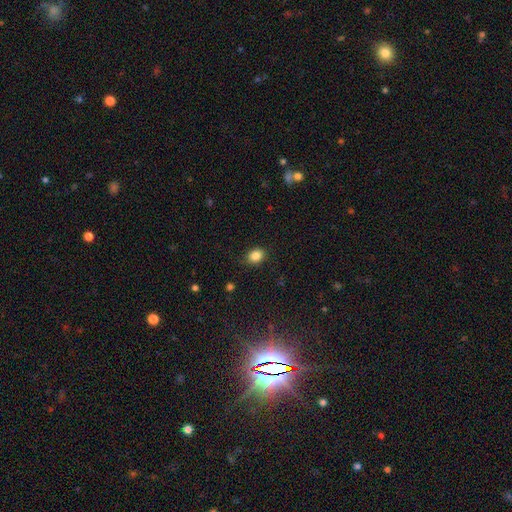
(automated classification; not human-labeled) Smooth or featured?
  - smooth: 85% *
  - star or artifact: 10%
  - featured or disk: 5%
How rounded?
  - in between: 53% *
  - round: 46%
  - cigar-shaped: 1%
Merging?
  - none: 83% *
  - minor disturbance: 13%
  - major disturbance: 3%
  - merger: 1%